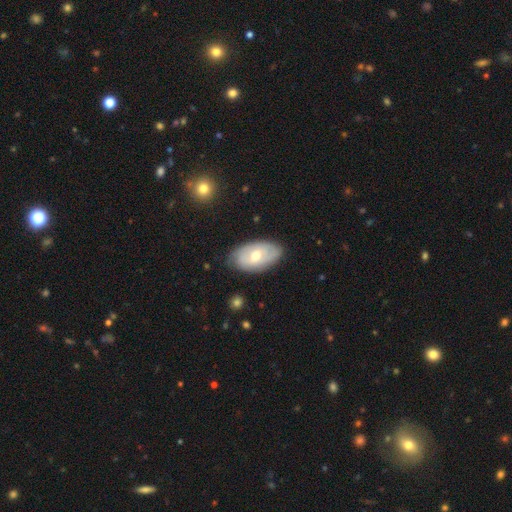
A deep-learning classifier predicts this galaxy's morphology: Smooth or featured? Predicted: featured or disk (p=0.50). Merging? Predicted: none (p=0.78).